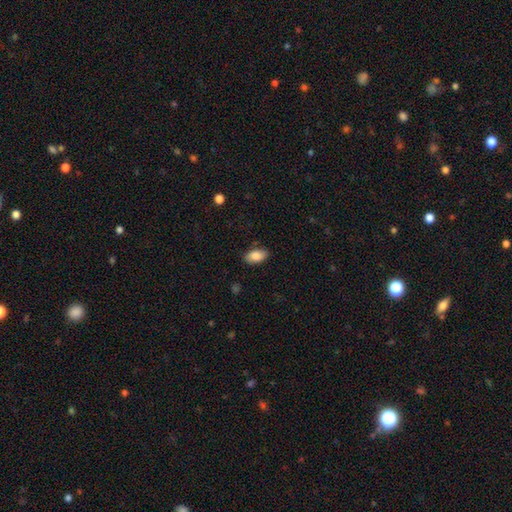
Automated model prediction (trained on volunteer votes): This appears to be a smooth galaxy with no disk features (85%) that is in between round and cigar-shaped (93%). Merging: none (84%).